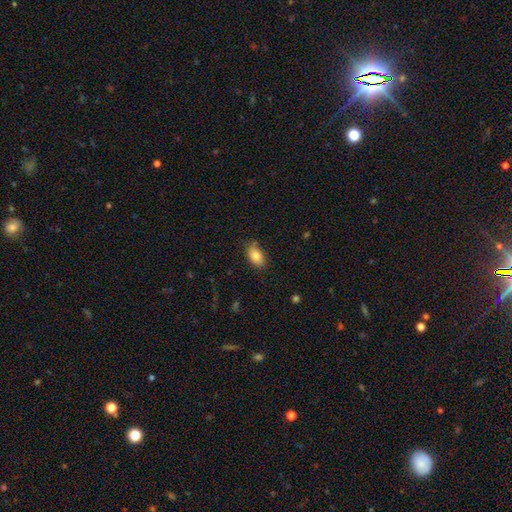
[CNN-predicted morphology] smooth 83%, featured or disk 9%, star or artifact 8%. Down the decision tree: how rounded — in between (90%); merging — none (75%).